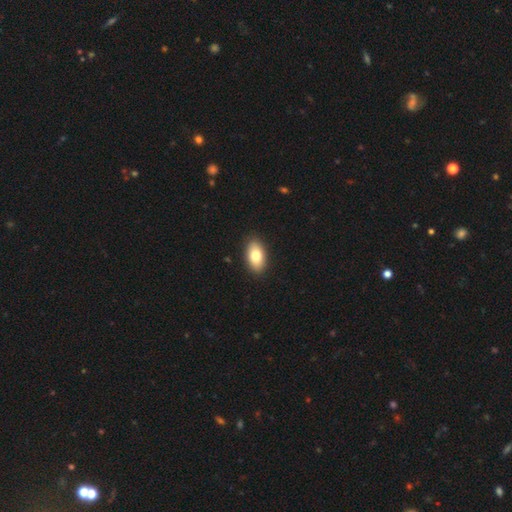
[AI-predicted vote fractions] Overall: smooth (80%). How rounded: in between (92%). Merging: none (90%).